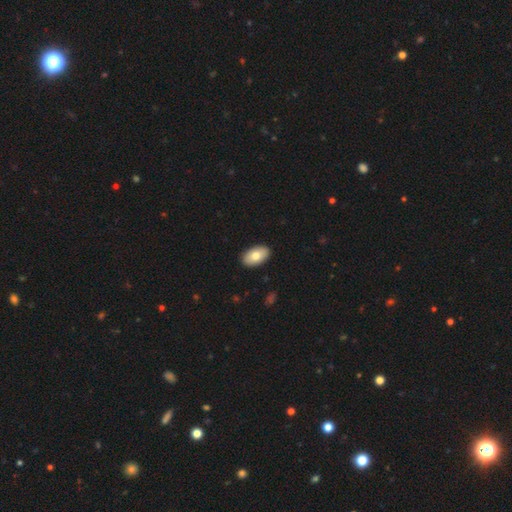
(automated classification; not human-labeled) Smooth or featured? Predicted: smooth (p=0.77). How rounded? Predicted: in between (p=0.95). Merging? Predicted: none (p=0.91).